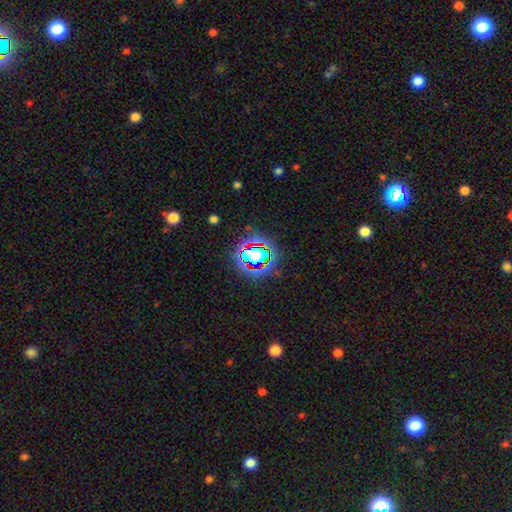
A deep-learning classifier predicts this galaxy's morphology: Smooth or featured? star or artifact (56%)